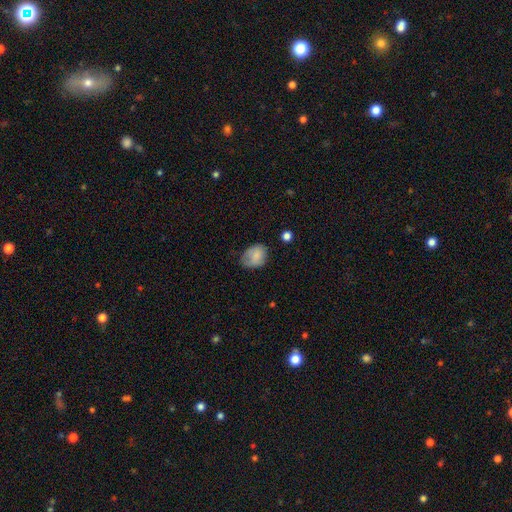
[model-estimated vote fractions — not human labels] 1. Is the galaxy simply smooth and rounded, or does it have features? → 79% smooth, 13% featured or disk, 8% star or artifact.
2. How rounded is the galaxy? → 68% in between, 31% round, 1% cigar-shaped.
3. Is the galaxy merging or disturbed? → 56% none, 32% minor disturbance, 10% major disturbance, 2% merger.